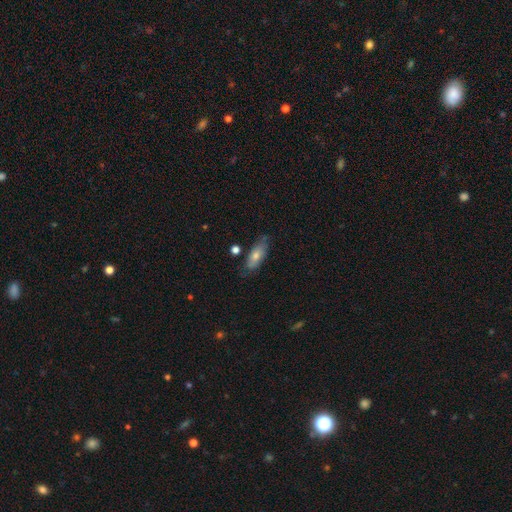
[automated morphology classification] This appears to be a smooth galaxy with no disk features (60%) that is in between round and cigar-shaped (67%). Merging: none (73%).